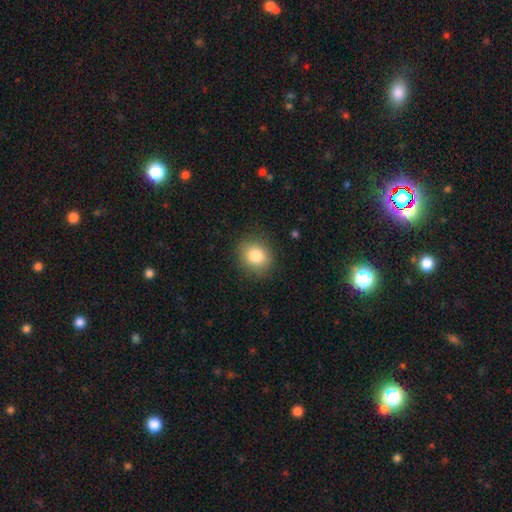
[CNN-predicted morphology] Overall: smooth (83%). How rounded: round (67%; in between 32%). Merging: none (87%).